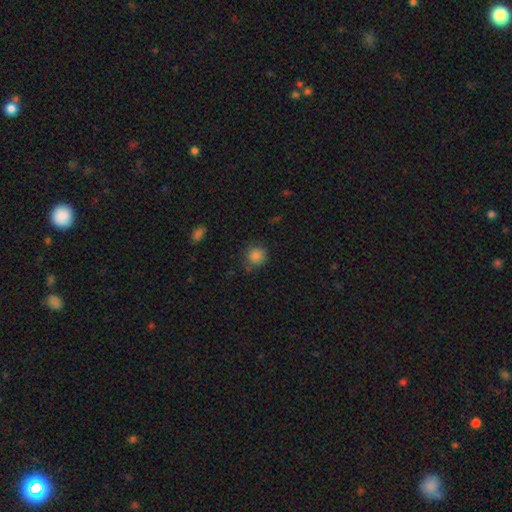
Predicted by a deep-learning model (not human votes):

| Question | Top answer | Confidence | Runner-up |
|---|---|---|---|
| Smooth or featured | smooth | 85% | star or artifact (11%) |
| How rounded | round | 89% | in between (10%) |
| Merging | none | 77% | minor disturbance (17%) |